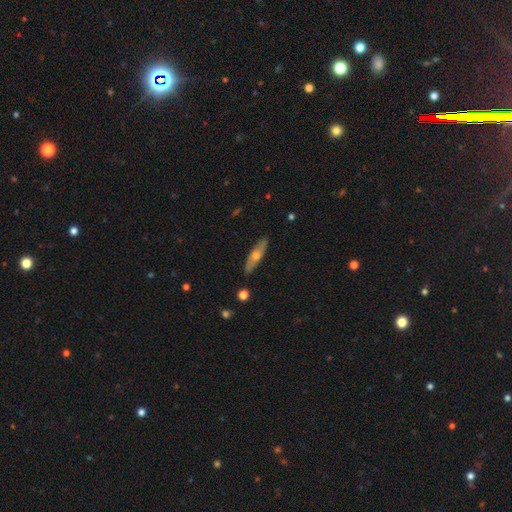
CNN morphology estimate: Overall: featured or disk (49%; smooth 45%). Merging: none (87%).